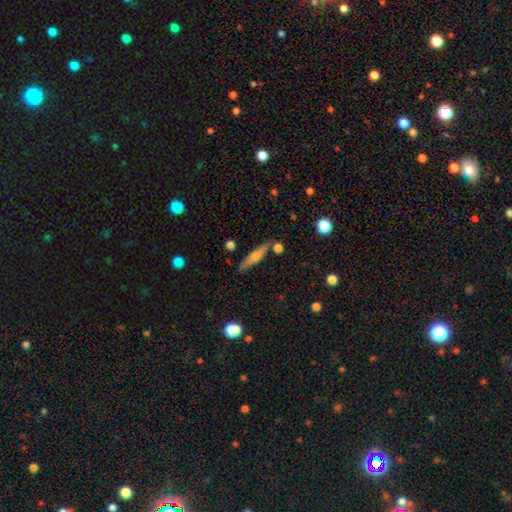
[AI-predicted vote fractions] smooth 51%, featured or disk 42%, star or artifact 7%. Down the decision tree: how rounded — cigar-shaped (81%); merging — none (77%).